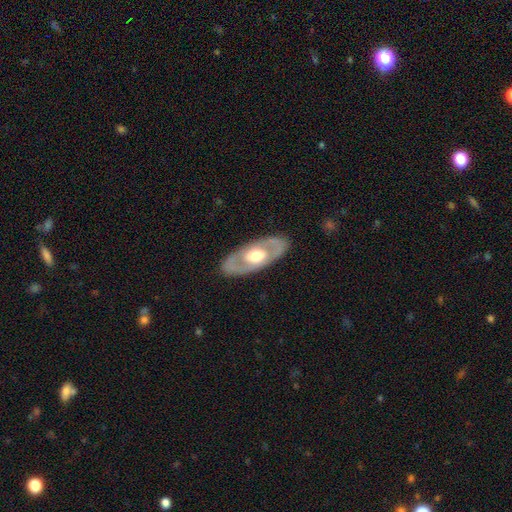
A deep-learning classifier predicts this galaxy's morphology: Smooth or featured?
  - featured or disk: 65% *
  - smooth: 31%
  - star or artifact: 4%
Edge-on disk?
  - no: 84% *
  - yes: 16%
Bar?
  - no: 76% *
  - weak: 18%
  - strong: 6%
Spiral arms?
  - no: 72% *
  - yes: 28%
Bulge size?
  - moderate: 61% *
  - large: 30%
  - small: 6%
  - dominant: 2%
  - none: 1%
Merging?
  - none: 86% *
  - minor disturbance: 9%
  - major disturbance: 3%
  - merger: 1%